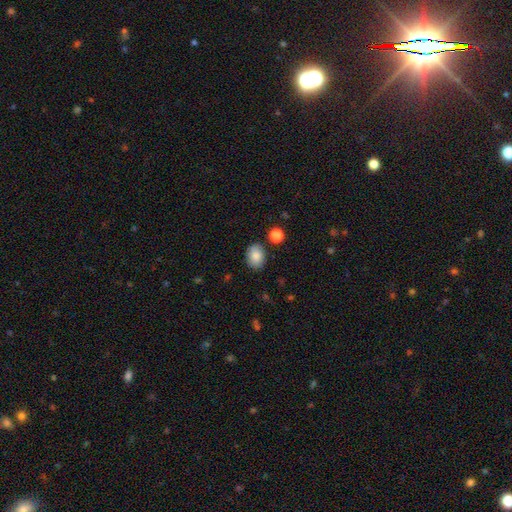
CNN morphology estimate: smooth_or_featured: smooth (p=0.86) [alt: star or artifact p=0.08]
how_rounded: in between (p=0.65) [alt: round p=0.34]
merging: none (p=0.81) [alt: minor disturbance p=0.12]